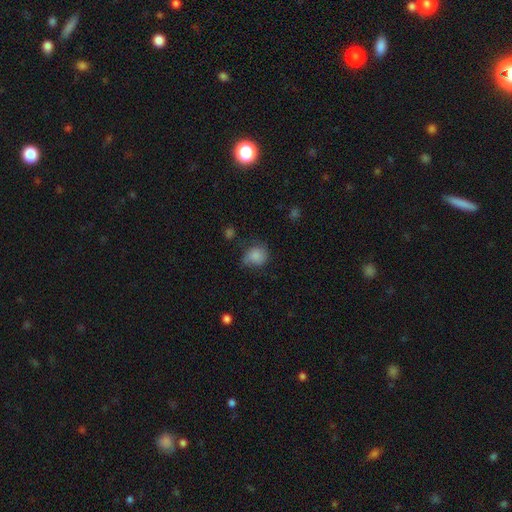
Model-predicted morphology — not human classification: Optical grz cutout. It shows a smooth galaxy with no disk features (80%) that is round (71%). Merging: none (53%).